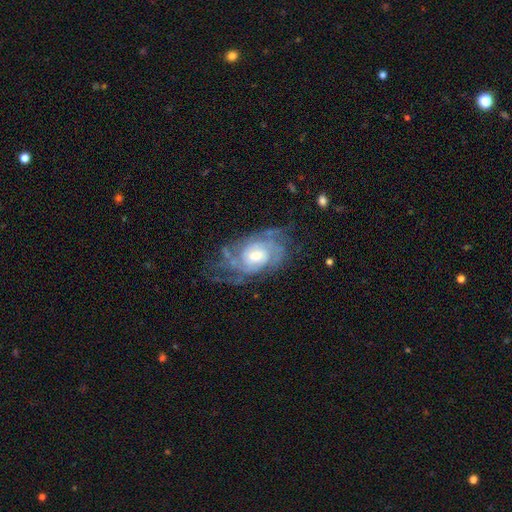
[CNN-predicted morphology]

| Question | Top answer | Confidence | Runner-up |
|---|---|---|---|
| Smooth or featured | featured or disk | 86% | smooth (9%) |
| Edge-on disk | no | 96% | yes (4%) |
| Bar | no | 63% | weak (31%) |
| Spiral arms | yes | 94% | no (6%) |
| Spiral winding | tight | 62% | medium (30%) |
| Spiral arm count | can't tell | 40% | 2 (19%) |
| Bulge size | moderate | 55% | small (37%) |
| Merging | none | 60% | minor disturbance (23%) |